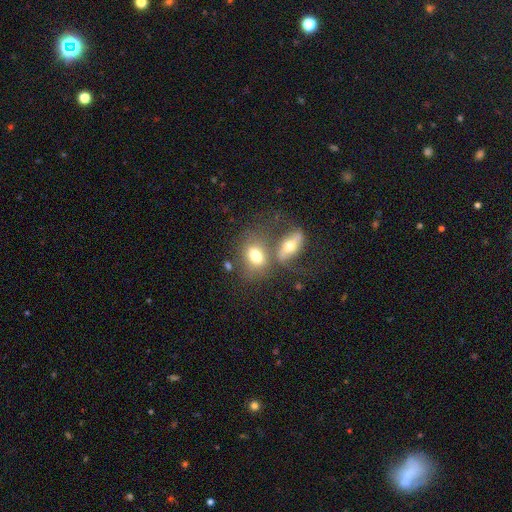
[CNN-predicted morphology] Overall: smooth (67%). How rounded: in between (80%). Merging: merger (41%; none 39%).